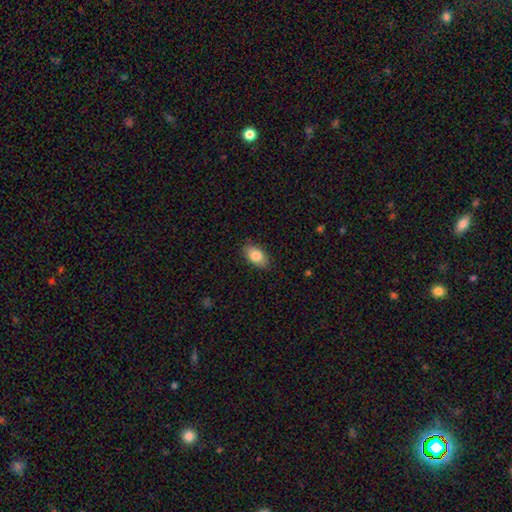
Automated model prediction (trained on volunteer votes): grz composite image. It shows a smooth galaxy with no disk features (83%) that is in between round and cigar-shaped (92%). Merging: none (87%).